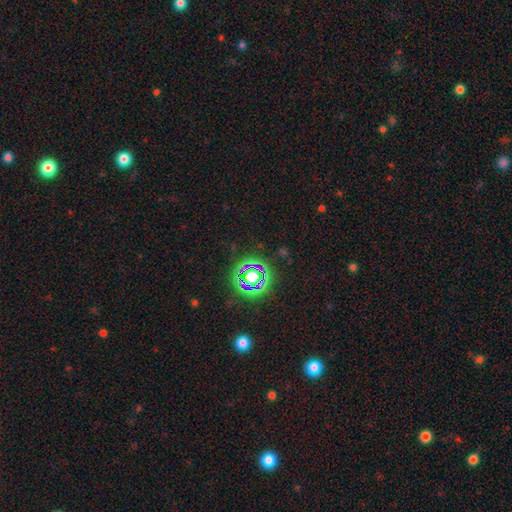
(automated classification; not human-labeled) star or artifact 77%, smooth 14%, featured or disk 9%.